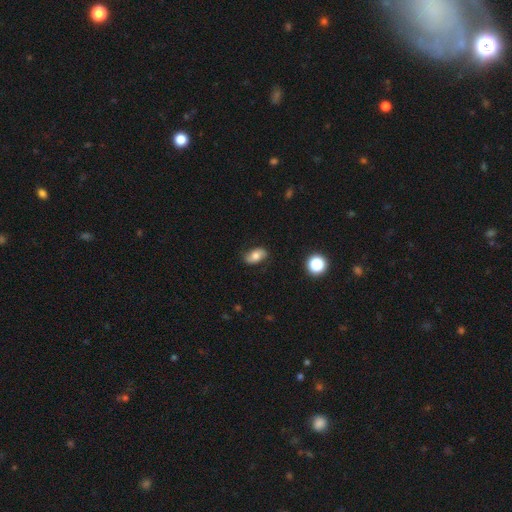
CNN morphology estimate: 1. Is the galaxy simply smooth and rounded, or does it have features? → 65% smooth, 25% featured or disk, 10% star or artifact.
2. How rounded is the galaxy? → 89% in between, 8% round, 3% cigar-shaped.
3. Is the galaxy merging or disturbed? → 80% none, 16% minor disturbance, 4% major disturbance, 1% merger.